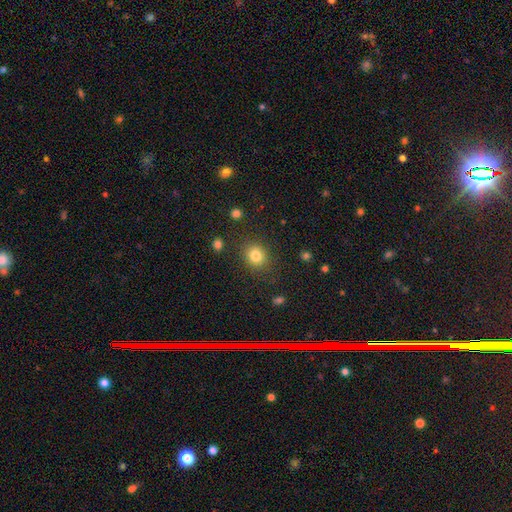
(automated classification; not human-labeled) smooth 82%, star or artifact 11%, featured or disk 6%. Down the decision tree: how rounded — round (73%); merging — none (86%).